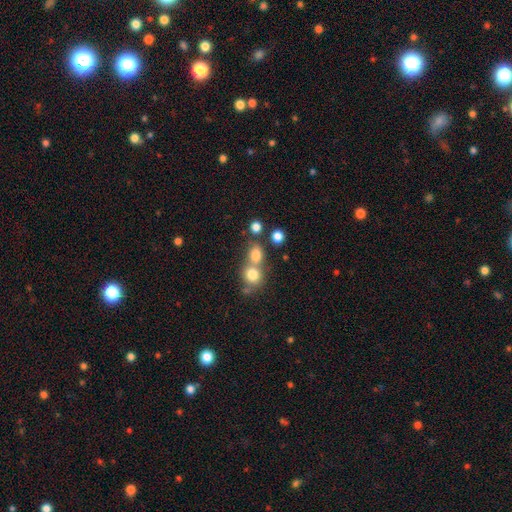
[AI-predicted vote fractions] This appears to be a smooth galaxy with no disk features (75%) that is round (71%). Merging: merger (47%).